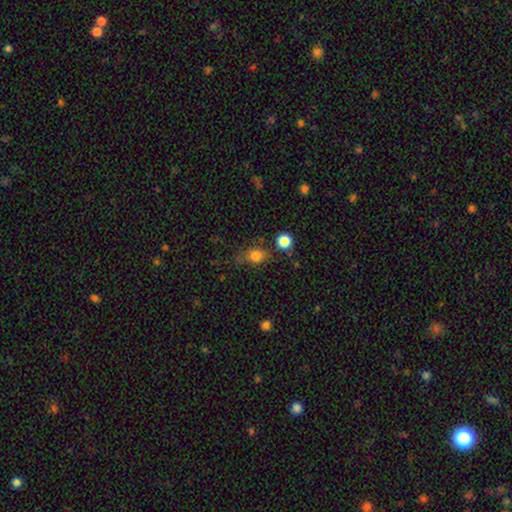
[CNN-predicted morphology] smooth_or_featured: smooth (p=0.79) [alt: star or artifact p=0.14]
how_rounded: round (p=0.64) [alt: in between p=0.34]
merging: none (p=0.61) [alt: minor disturbance p=0.22]